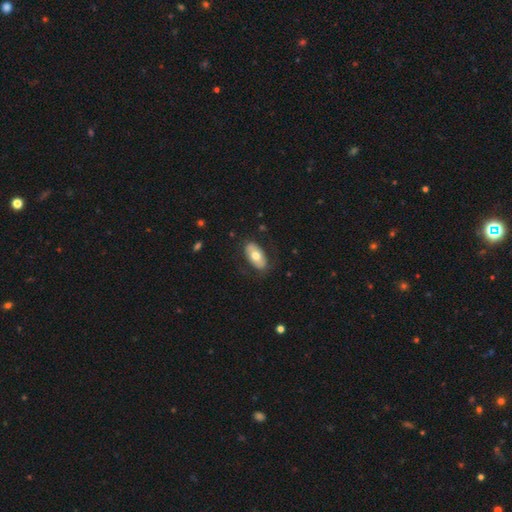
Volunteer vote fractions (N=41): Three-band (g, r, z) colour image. It shows a smooth galaxy with no disk features (59%) that is in between round and cigar-shaped (88%). Merging: none (72%).